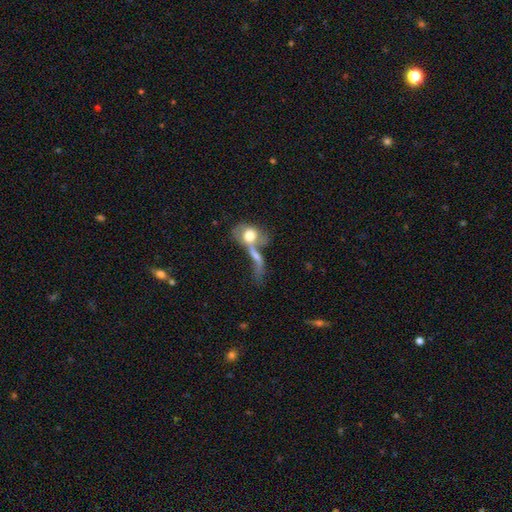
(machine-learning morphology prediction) Overall: smooth (52%; featured or disk 37%). How rounded: in between (58%; round 30%). Merging: merger (61%).